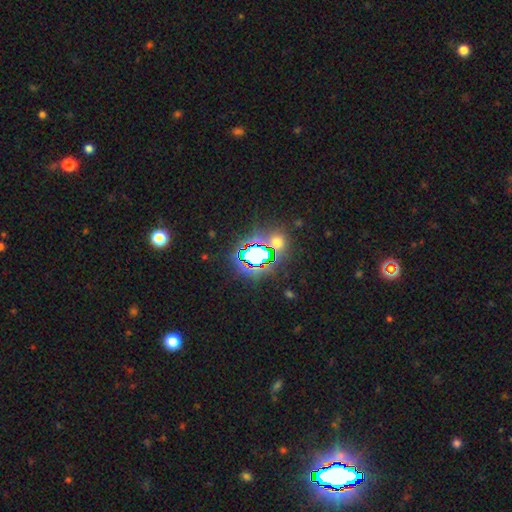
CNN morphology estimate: Smooth or featured: star or artifact — 68% (smooth — 20%)